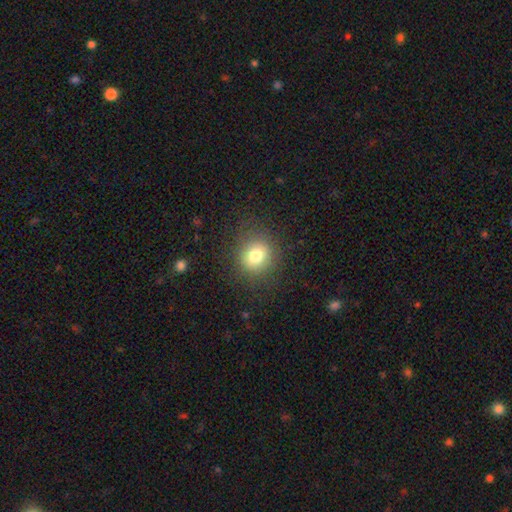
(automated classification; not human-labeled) This appears to be a smooth galaxy with no disk features (78%) that is round (87%). Merging: none (85%).